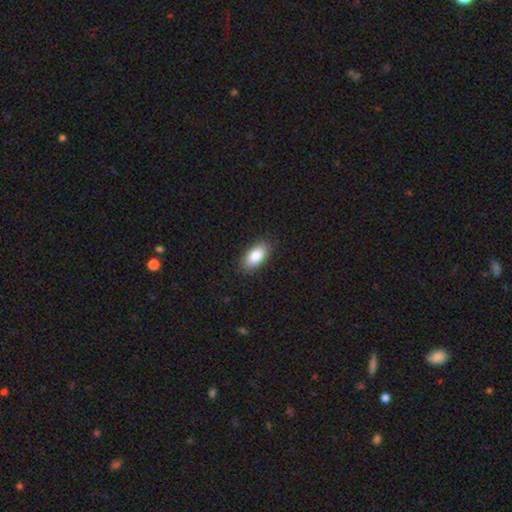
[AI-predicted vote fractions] A smooth galaxy with no disk features (87%) that is in between round and cigar-shaped (92%). Merging: none (87%).